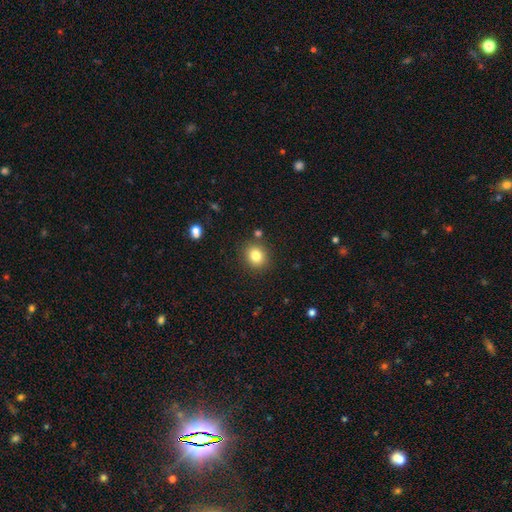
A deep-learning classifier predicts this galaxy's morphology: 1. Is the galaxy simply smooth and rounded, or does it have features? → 81% smooth, 11% star or artifact, 7% featured or disk.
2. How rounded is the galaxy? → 75% round, 24% in between, 1% cigar-shaped.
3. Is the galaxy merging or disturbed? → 86% none, 8% minor disturbance, 4% merger, 3% major disturbance.